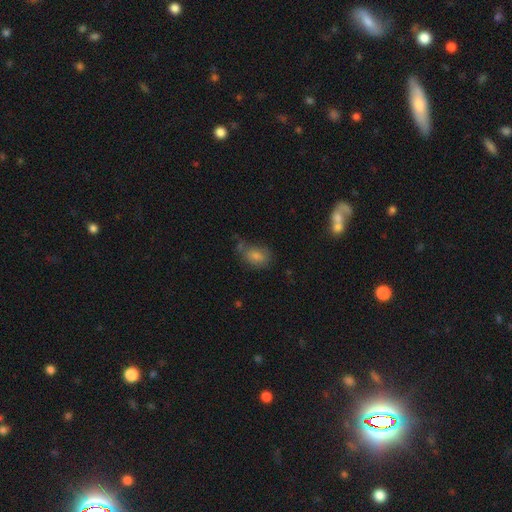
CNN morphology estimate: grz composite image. It shows a smooth galaxy with no disk features (69%) that is in between round and cigar-shaped (74%). Merging: none (51%).